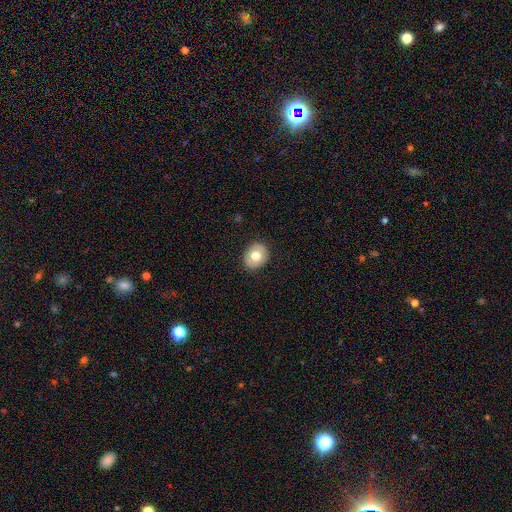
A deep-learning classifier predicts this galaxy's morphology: Smooth or featured? Predicted: smooth (p=0.67). How rounded? Predicted: round (p=0.67). Merging? Predicted: none (p=0.87).